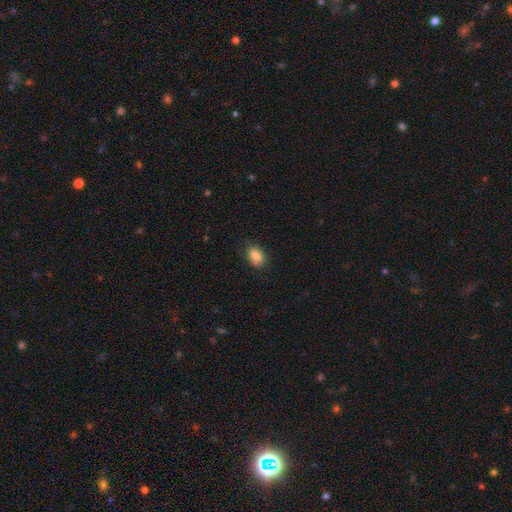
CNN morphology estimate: Q: Smooth or featured?
A: smooth (86%); runner-up: star or artifact (8%)
Q: How rounded?
A: in between (80%); runner-up: round (19%)
Q: Merging?
A: none (82%); runner-up: minor disturbance (14%)